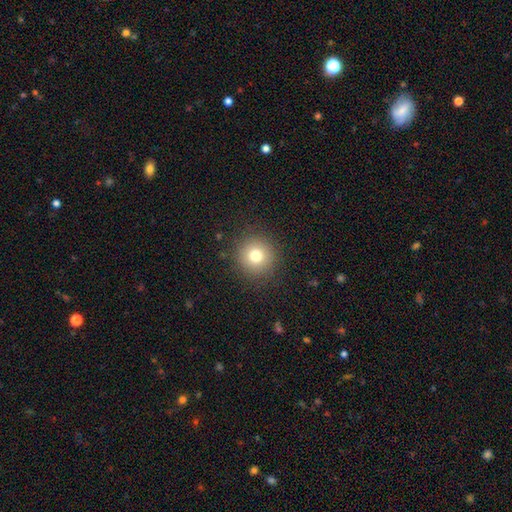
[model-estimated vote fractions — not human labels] smooth 77%, star or artifact 13%, featured or disk 10%. Down the decision tree: how rounded — round (95%); merging — none (90%).